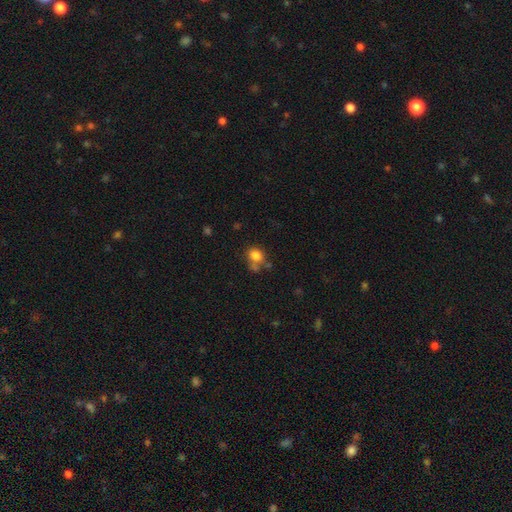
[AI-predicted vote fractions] This is clearly a smooth galaxy (80%). How rounded: likely round (63%). Merging: possibly none (52%).